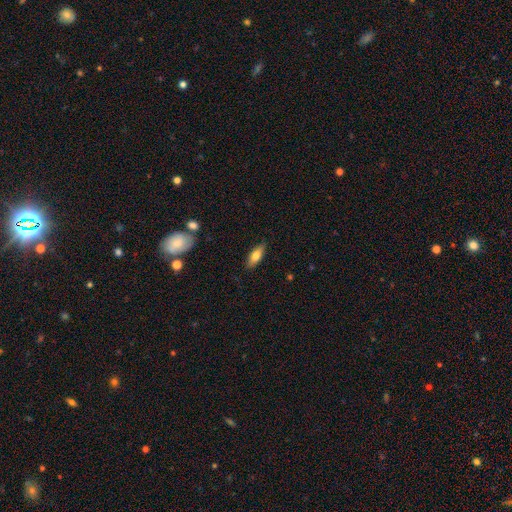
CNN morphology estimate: Smooth or featured: smooth — 68% (featured or disk — 25%)
How rounded: in between — 65% (cigar-shaped — 32%)
Merging: none — 86% (minor disturbance — 11%)